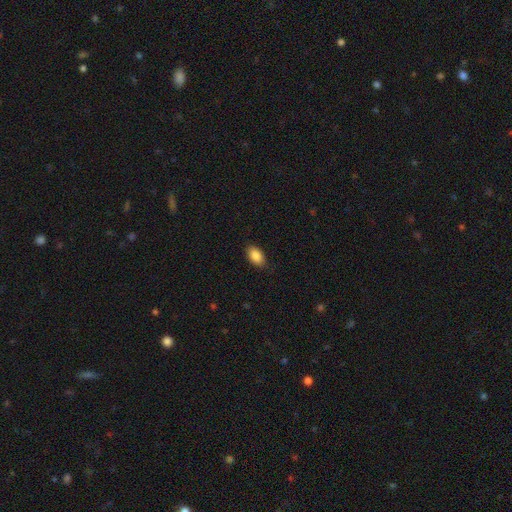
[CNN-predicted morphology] smooth 88%, star or artifact 7%, featured or disk 5%. Down the decision tree: how rounded — in between (93%); merging — none (86%).